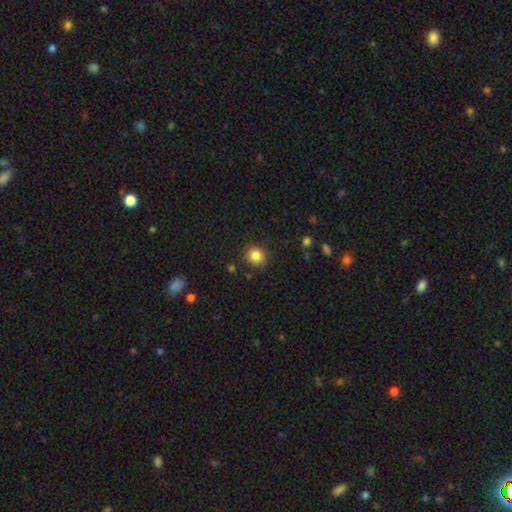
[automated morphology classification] type=smooth (84%); roundness=round (83%); merging=none (87%).